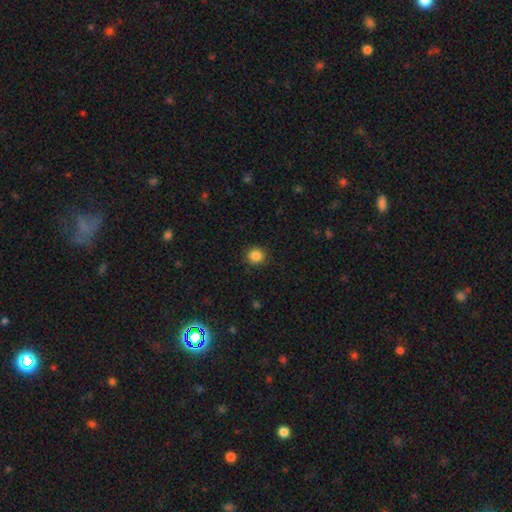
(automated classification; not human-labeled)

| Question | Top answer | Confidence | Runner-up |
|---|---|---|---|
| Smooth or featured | smooth | 86% | star or artifact (10%) |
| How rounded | round | 90% | in between (9%) |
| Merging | none | 90% | minor disturbance (6%) |